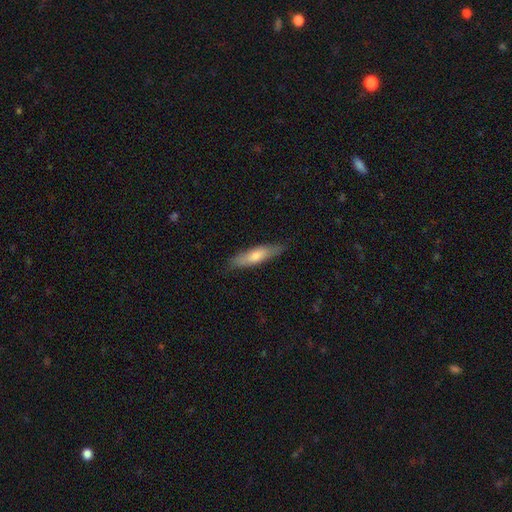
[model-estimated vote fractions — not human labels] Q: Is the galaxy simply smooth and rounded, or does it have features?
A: smooth — 57%.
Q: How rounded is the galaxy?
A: cigar-shaped — 76%.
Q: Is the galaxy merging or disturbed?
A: none — 85%.